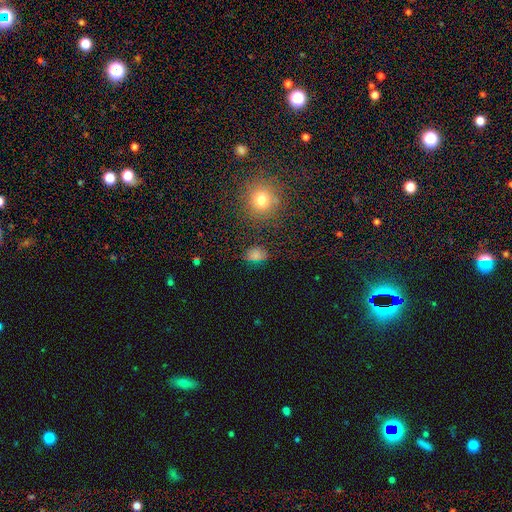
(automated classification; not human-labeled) Smooth or featured? smooth (70%)
How rounded? in between (61%)
Merging? none (75%)